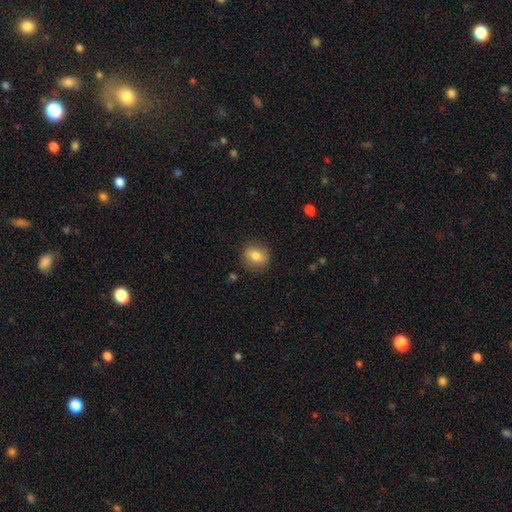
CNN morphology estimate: A smooth galaxy with no disk features (77%) that is round (64%).

Vote fractions:
- Smooth or featured? smooth: 77% / featured or disk: 14% / star or artifact: 9%
- How rounded? round: 64% / in between: 34% / cigar-shaped: 2%
- Merging? none: 85% / minor disturbance: 11% / major disturbance: 3% / merger: 1%